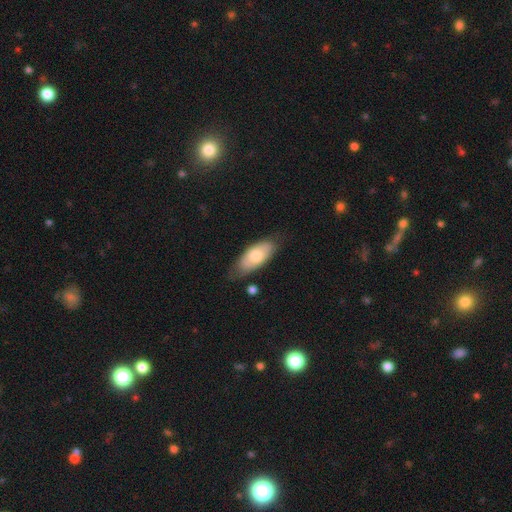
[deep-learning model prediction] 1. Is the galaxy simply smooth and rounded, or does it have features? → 72% smooth, 23% featured or disk, 6% star or artifact.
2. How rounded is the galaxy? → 84% in between, 14% cigar-shaped, 2% round.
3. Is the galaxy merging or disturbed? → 66% none, 25% minor disturbance, 6% major disturbance, 3% merger.